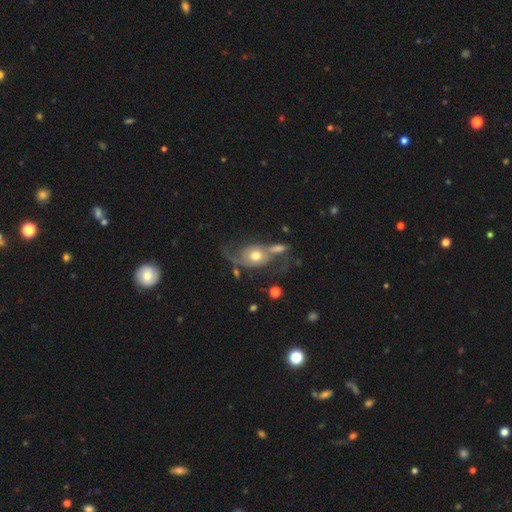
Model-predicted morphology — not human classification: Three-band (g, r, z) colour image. It shows a featured or disk galaxy (69%) with no bar (78%), 2 (73%) loose (62%) spiral arms (83%) and a moderate central bulge (67%). Merging: none (34%).